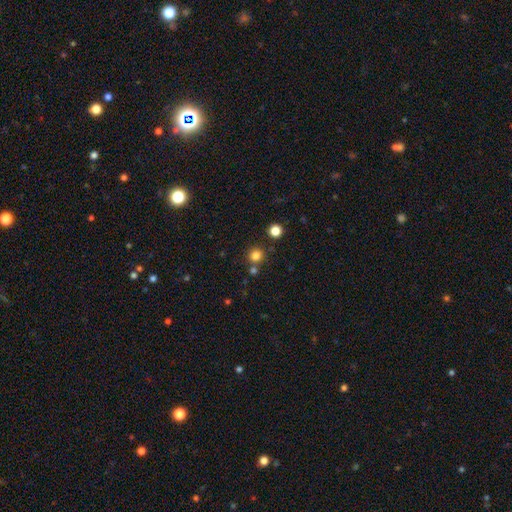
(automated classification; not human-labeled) A smooth galaxy with no disk features (80%) that is round (93%).

Vote fractions:
- Smooth or featured? smooth: 80% / star or artifact: 15% / featured or disk: 5%
- How rounded? round: 93% / in between: 6% / cigar-shaped: 1%
- Merging? none: 79% / merger: 12% / minor disturbance: 7% / major disturbance: 3%